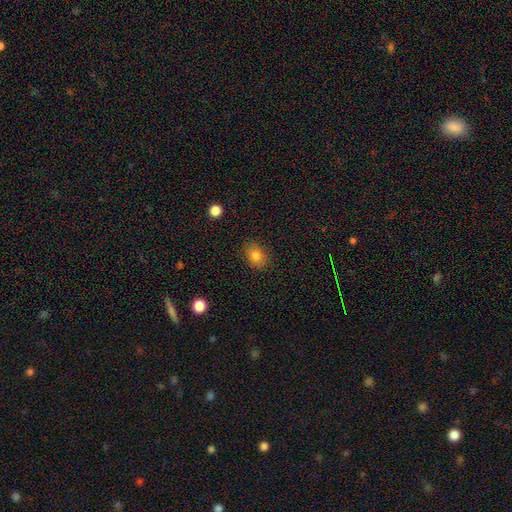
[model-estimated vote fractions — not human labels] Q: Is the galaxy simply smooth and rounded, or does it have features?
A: smooth — 82%.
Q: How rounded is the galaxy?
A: in between — 67%.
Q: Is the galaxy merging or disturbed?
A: none — 85%.